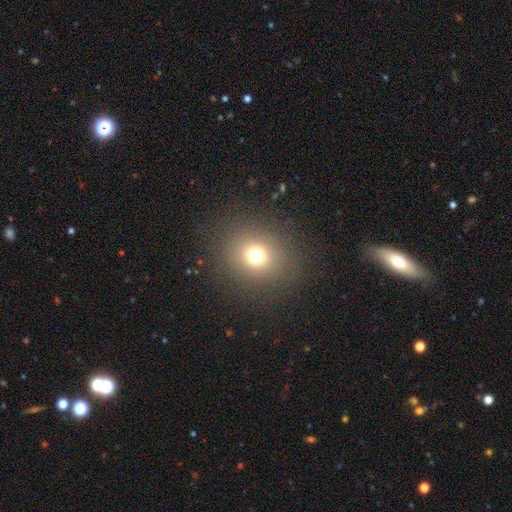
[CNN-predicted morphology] Smooth or featured?
  - smooth: 72% *
  - star or artifact: 19%
  - featured or disk: 9%
How rounded?
  - round: 84% *
  - in between: 15%
  - cigar-shaped: 1%
Merging?
  - none: 87% *
  - minor disturbance: 7%
  - major disturbance: 5%
  - merger: 1%